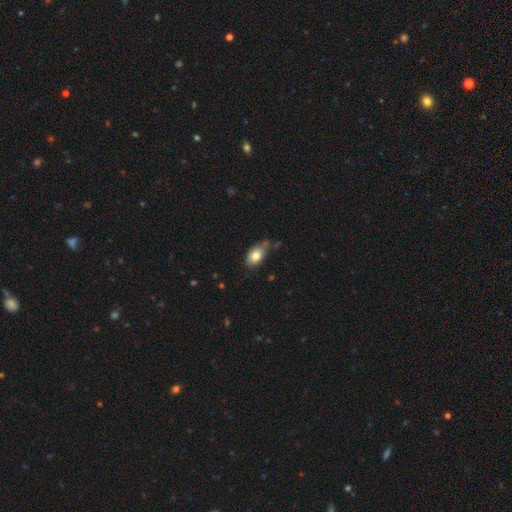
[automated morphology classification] A smooth galaxy with no disk features (80%) that is in between round and cigar-shaped (88%). Merging: none (57%).